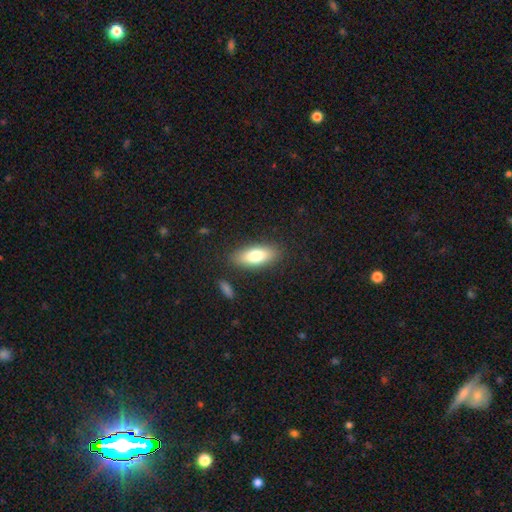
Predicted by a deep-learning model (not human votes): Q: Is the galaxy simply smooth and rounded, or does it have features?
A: smooth — 75%.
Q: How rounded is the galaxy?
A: in between — 75%.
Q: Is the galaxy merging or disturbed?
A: none — 85%.